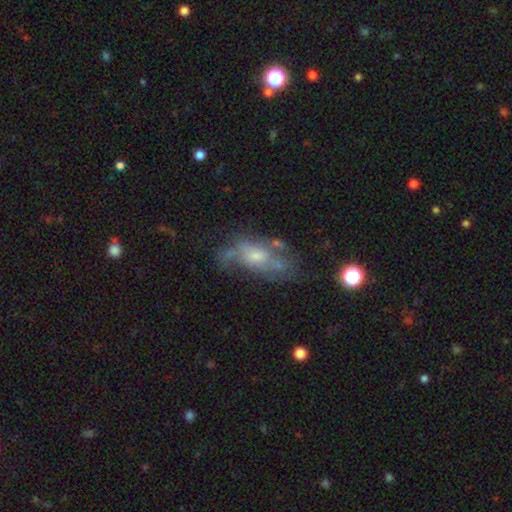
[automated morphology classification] type=featured or disk (56%); edge-on=no (87%); merging=none (44%).